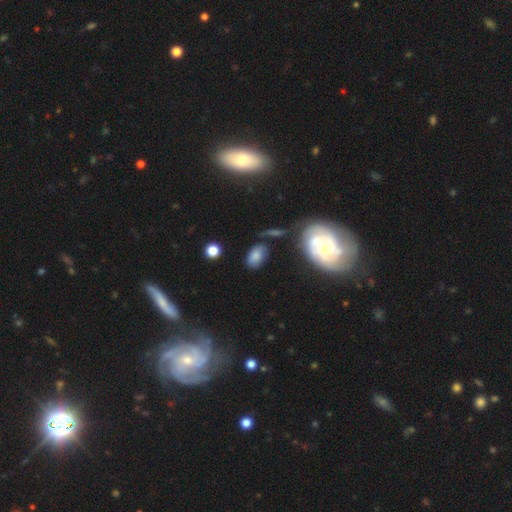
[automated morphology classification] Q: Smooth or featured?
A: smooth (72%); runner-up: featured or disk (16%)
Q: How rounded?
A: in between (86%); runner-up: round (12%)
Q: Merging?
A: none (67%); runner-up: minor disturbance (20%)